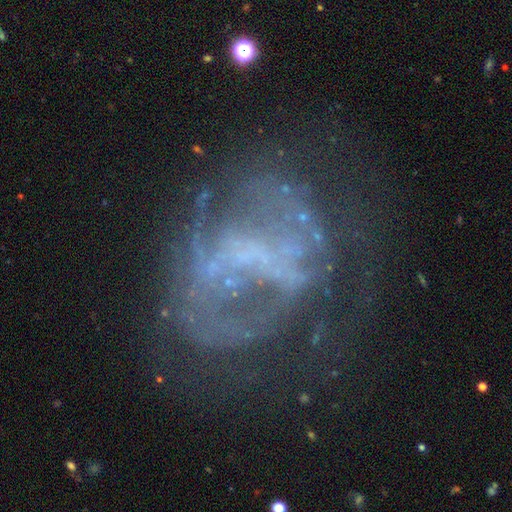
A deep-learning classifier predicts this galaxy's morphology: This is likely a featured or disk galaxy (71%). It is clearly not viewed edge-on (97%). Bar: possibly no (60%). Spiral arm pattern: likely no (65%). Central bulge: likely none (69%). Merging: possibly none (49%).